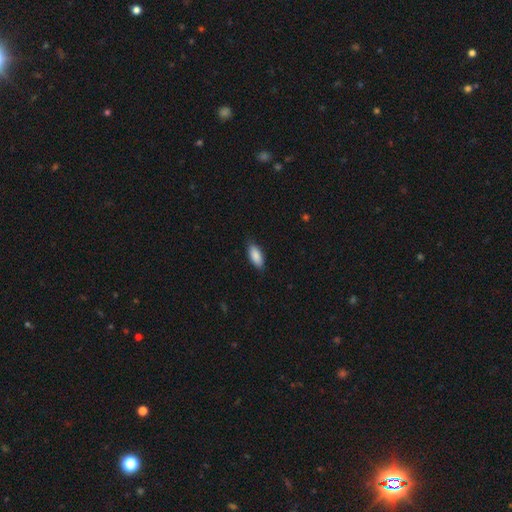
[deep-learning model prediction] Smooth or featured? smooth (87%)
How rounded? in between (84%)
Merging? none (83%)